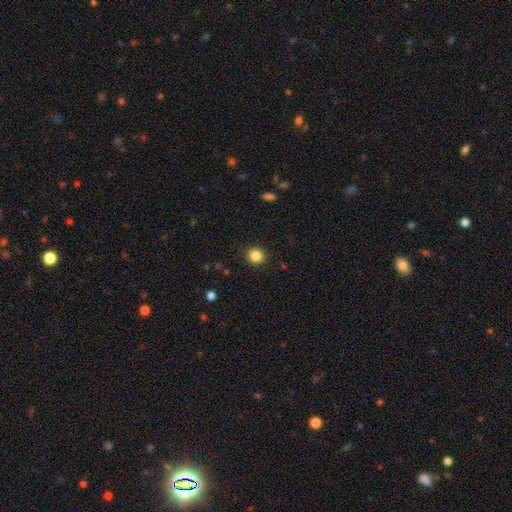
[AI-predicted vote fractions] Q: Smooth or featured?
A: smooth (85%); runner-up: star or artifact (11%)
Q: How rounded?
A: round (90%); runner-up: in between (9%)
Q: Merging?
A: none (91%); runner-up: minor disturbance (6%)